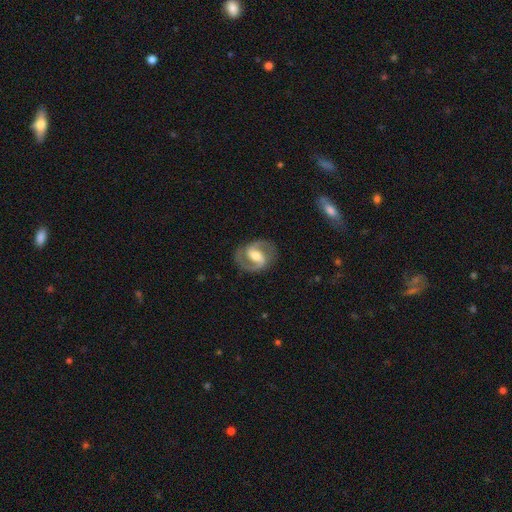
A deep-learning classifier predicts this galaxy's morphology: A featured or disk galaxy (88%) with a weak bar (45%), 2 (92%) medium (60%) spiral arms (96%) and a moderate central bulge (64%).

Vote fractions:
- Smooth or featured? featured or disk: 88% / smooth: 8% / star or artifact: 4%
- Edge-on disk? no: 98% / yes: 2%
- Bar? weak: 45% / strong: 36% / no: 19%
- Spiral arms? yes: 96% / no: 4%
- Spiral winding? medium: 60% / tight: 22% / loose: 19%
- Spiral arm count? 2: 92% / can't tell: 3% / 1: 2% / 3: 1% / 4: 1% / more than 4: 1%
- Bulge size? moderate: 64% / small: 21% / large: 11% / none: 2% / dominant: 1%
- Merging? none: 83% / minor disturbance: 11% / major disturbance: 5% / merger: 1%